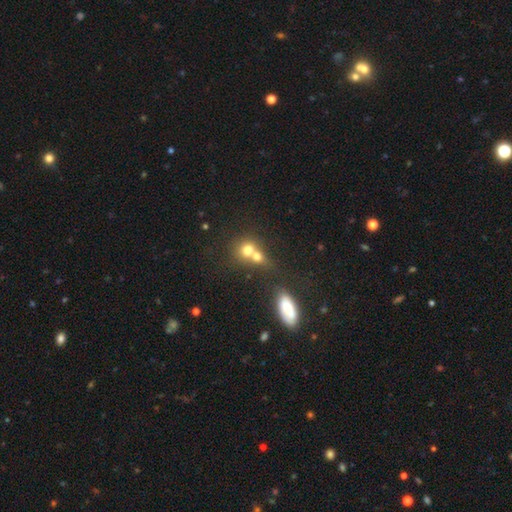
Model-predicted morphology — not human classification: This appears to be a smooth galaxy with no disk features (61%) that is round (71%). Merging: merger (49%).